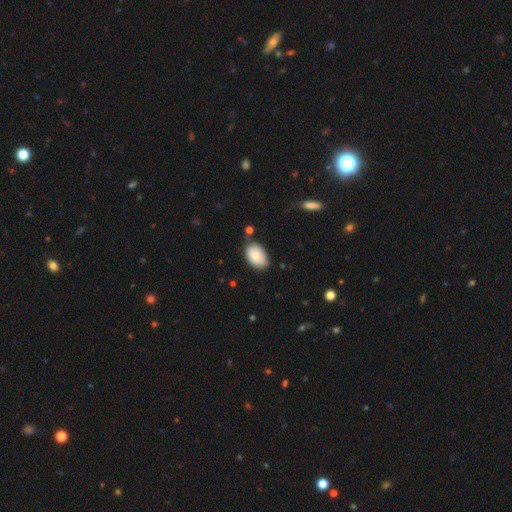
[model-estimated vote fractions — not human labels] smooth_or_featured: smooth (p=0.77) [alt: featured or disk p=0.16]
how_rounded: in between (p=0.88) [alt: round p=0.11]
merging: none (p=0.66) [alt: minor disturbance p=0.25]